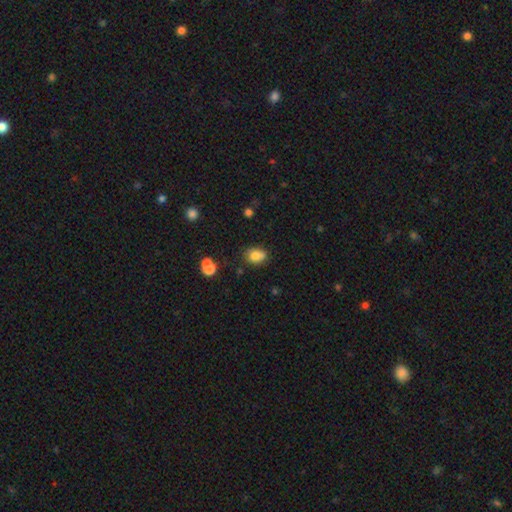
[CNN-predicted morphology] The model was most divided on "how rounded": in between: 64%, round: 34%, cigar-shaped: 1%. More confident: smooth or featured — smooth (80%); merging — none (64%).